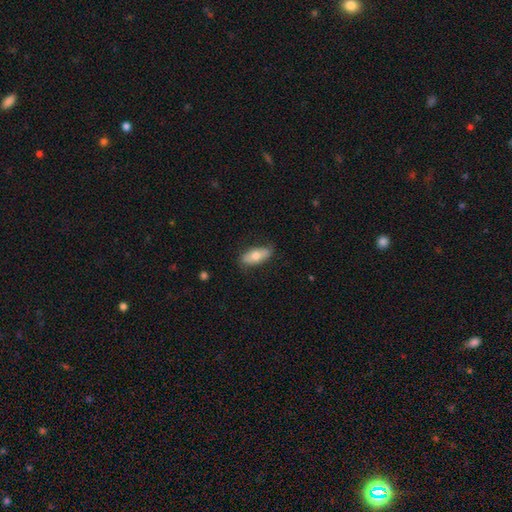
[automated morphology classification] Q: Smooth or featured?
A: smooth (66%); runner-up: featured or disk (28%)
Q: How rounded?
A: in between (81%); runner-up: cigar-shaped (15%)
Q: Merging?
A: none (77%); runner-up: minor disturbance (18%)